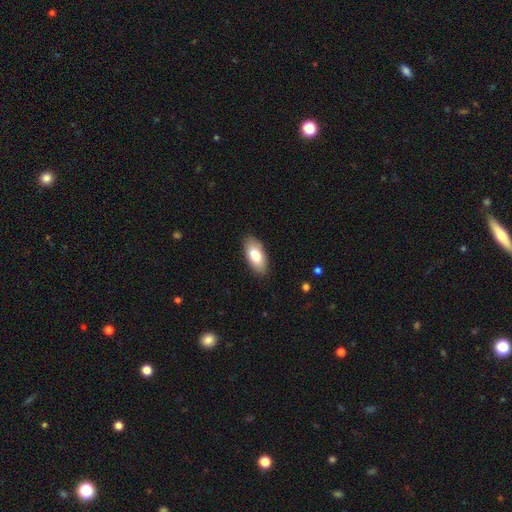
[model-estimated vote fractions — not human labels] The model was most divided on "smooth or featured": smooth: 80%, featured or disk: 14%, star or artifact: 6%. More confident: how rounded — in between (91%); merging — none (86%).